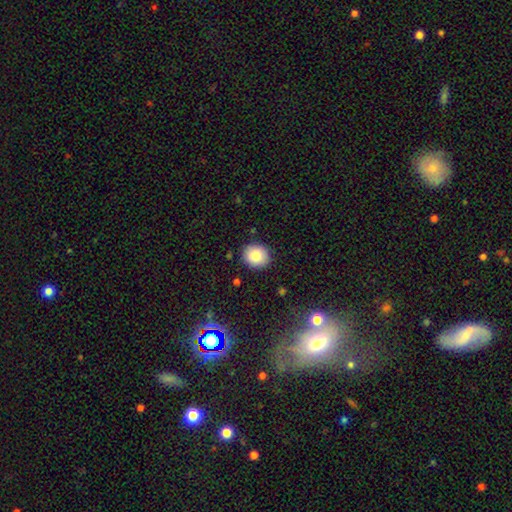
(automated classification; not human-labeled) smooth-or-featured: smooth: 87% | star or artifact: 8% | featured or disk: 5%
  how-rounded: round: 77% | in between: 22% | cigar-shaped: 1%
  merging: none: 88% | minor disturbance: 9% | major disturbance: 2% | merger: 1%